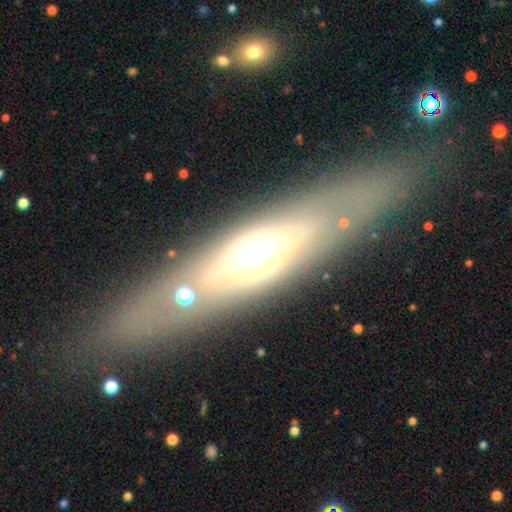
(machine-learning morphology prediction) Overall: featured or disk (50%; smooth 38%). Edge-on disk: no (53%; yes 47%). Merging: none (79%).